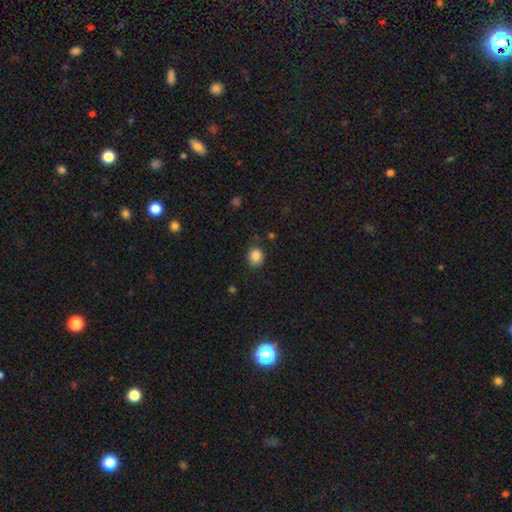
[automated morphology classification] Smooth or featured?
  - smooth: 86% *
  - star or artifact: 10%
  - featured or disk: 4%
How rounded?
  - round: 70% *
  - in between: 29%
  - cigar-shaped: 1%
Merging?
  - none: 81% *
  - minor disturbance: 13%
  - major disturbance: 3%
  - merger: 2%